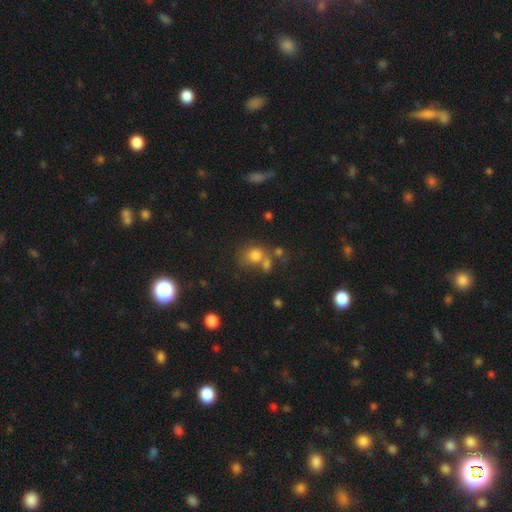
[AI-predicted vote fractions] The model was most divided on "merging": none: 48%, merger: 31%, minor disturbance: 13%, major disturbance: 7%. More confident: smooth or featured — smooth (73%); how rounded — round (68%).